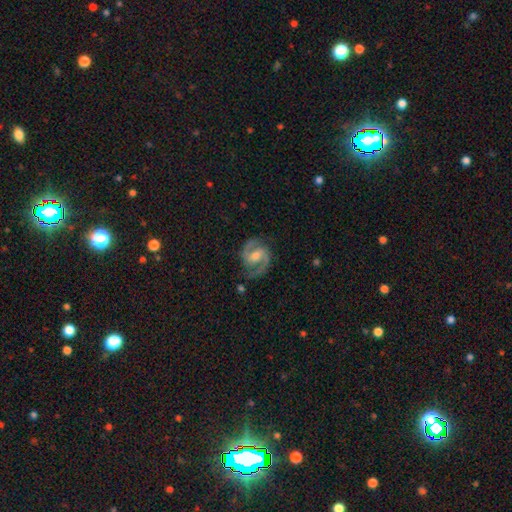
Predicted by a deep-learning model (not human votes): smooth-or-featured: featured or disk: 91% | star or artifact: 5% | smooth: 4%
  disk-edge-on: no: 98% | yes: 2%
    bar: weak: 50% | no: 28% | strong: 22%
    has-spiral-arms: yes: 98% | no: 2%
      spiral-winding: medium: 62% | tight: 26% | loose: 12%
      spiral-arm-count: 2: 94% | can't tell: 2% | 1: 1% | 3: 1% | 4: 1% | more than 4: 1%
    bulge-size: moderate: 57% | small: 33% | large: 4% | none: 4% | dominant: 1%
  merging: none: 82% | minor disturbance: 13% | major disturbance: 4% | merger: 2%